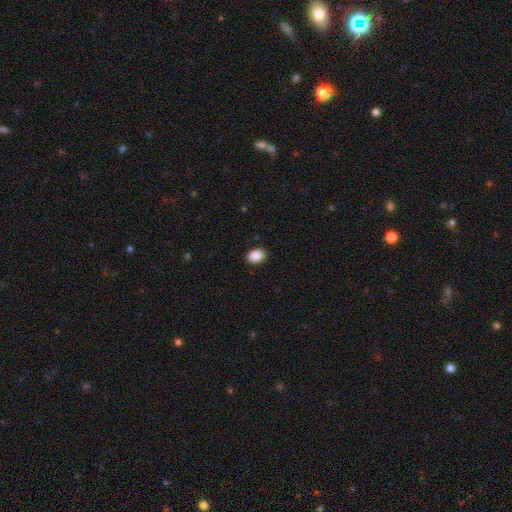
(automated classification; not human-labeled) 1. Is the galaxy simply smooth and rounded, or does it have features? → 90% smooth, 8% star or artifact, 3% featured or disk.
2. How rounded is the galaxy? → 75% in between, 24% round, 1% cigar-shaped.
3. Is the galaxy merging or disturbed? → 90% none, 8% minor disturbance, 2% major disturbance, 1% merger.